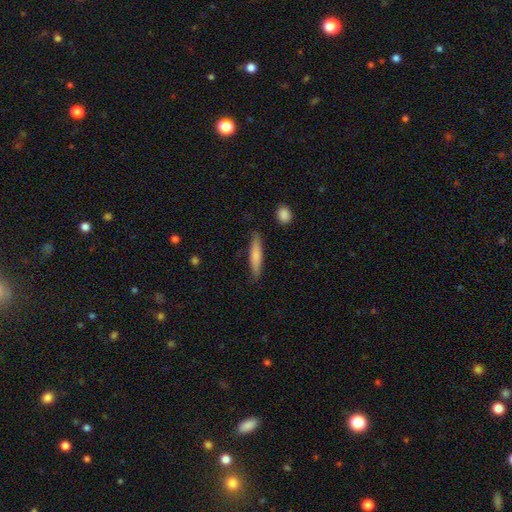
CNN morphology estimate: Smooth or featured? smooth (74%)
How rounded? cigar-shaped (86%)
Merging? none (84%)